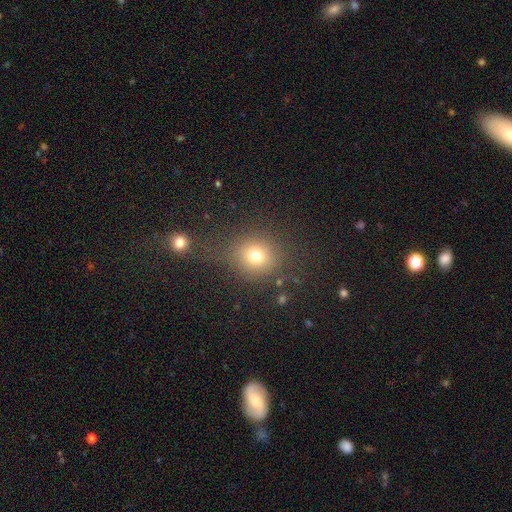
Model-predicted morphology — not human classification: The model was most divided on "merging": none: 70%, minor disturbance: 13%, major disturbance: 9%, merger: 9%. More confident: how rounded — round (80%); smooth or featured — smooth (74%).